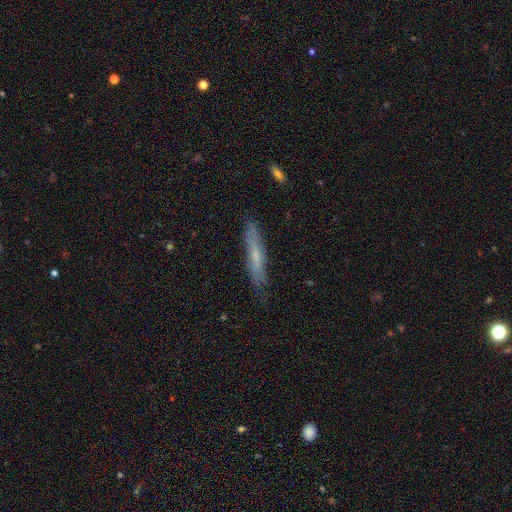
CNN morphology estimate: smooth_or_featured: smooth (p=0.50) [alt: featured or disk p=0.43]
merging: none (p=0.81) [alt: minor disturbance p=0.15]